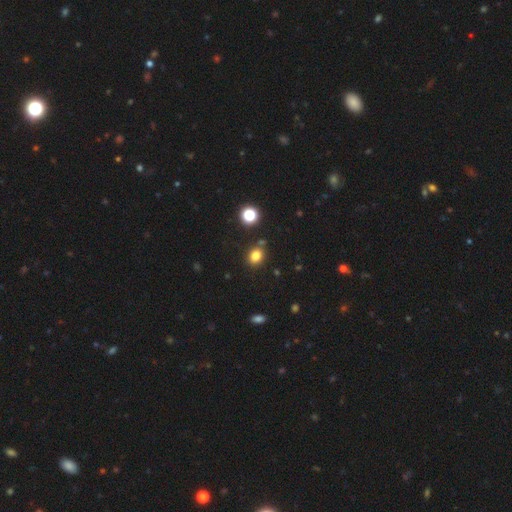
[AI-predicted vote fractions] This appears to be a smooth galaxy with no disk features (81%) that is round (53%). Merging: none (81%).